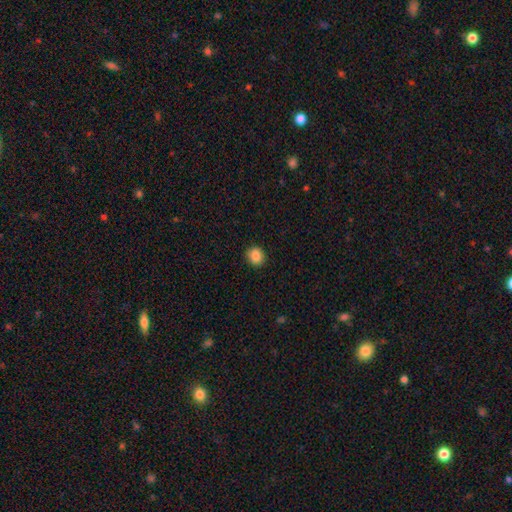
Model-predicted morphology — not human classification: A smooth galaxy with no disk features (87%) that is round (72%). Merging: none (90%).